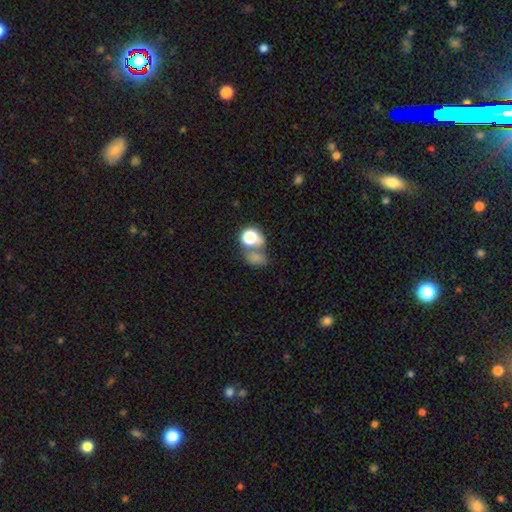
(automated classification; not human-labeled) smooth-or-featured: smooth: 65% | star or artifact: 24% | featured or disk: 11%
  how-rounded: round: 49% (tied) | in between: 49% (tied) | cigar-shaped: 2%
  merging: none: 42% | merger: 34% | minor disturbance: 13% | major disturbance: 11%